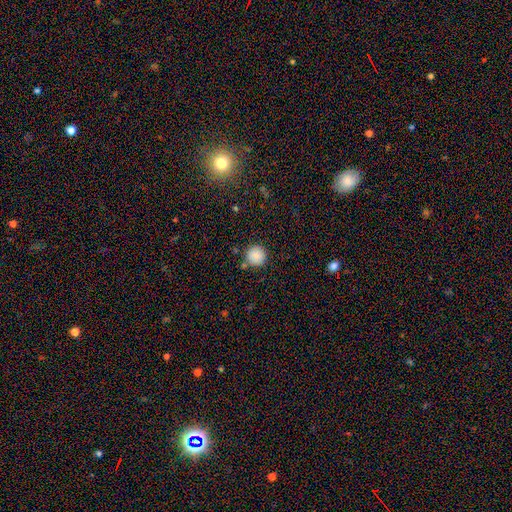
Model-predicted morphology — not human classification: smooth 86%, star or artifact 10%, featured or disk 5%. Down the decision tree: how rounded — round (95%); merging — none (84%).